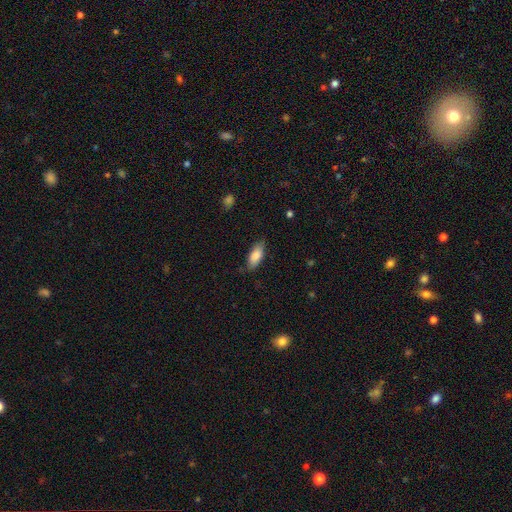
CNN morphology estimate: smooth-or-featured: smooth: 84% | featured or disk: 10% | star or artifact: 6%
  how-rounded: in between: 79% | cigar-shaped: 19% | round: 2%
  merging: none: 79% | minor disturbance: 17% | major disturbance: 3% | merger: 1%